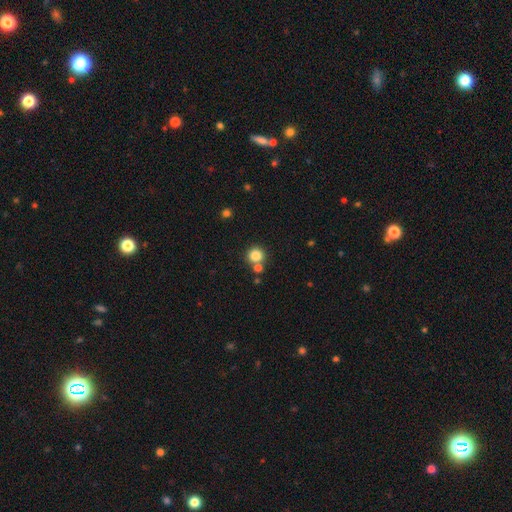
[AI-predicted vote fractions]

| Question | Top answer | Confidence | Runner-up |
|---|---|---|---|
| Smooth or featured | smooth | 83% | star or artifact (11%) |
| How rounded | round | 92% | in between (8%) |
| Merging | none | 68% | merger (21%) |